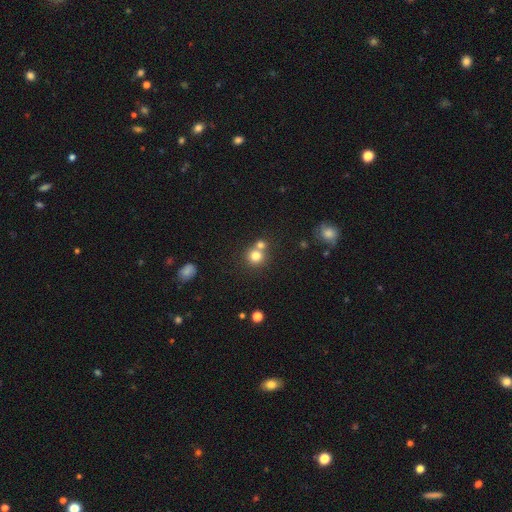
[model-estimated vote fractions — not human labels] Smooth or featured?
  - smooth: 78% *
  - star or artifact: 13%
  - featured or disk: 9%
How rounded?
  - round: 89% *
  - in between: 10%
  - cigar-shaped: 1%
Merging?
  - none: 55% *
  - merger: 36%
  - minor disturbance: 7%
  - major disturbance: 3%